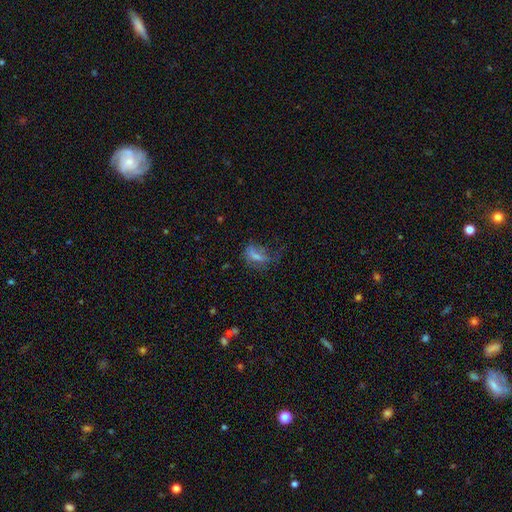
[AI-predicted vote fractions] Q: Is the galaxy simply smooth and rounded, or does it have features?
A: smooth — 57%.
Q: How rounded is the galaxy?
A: in between — 75%.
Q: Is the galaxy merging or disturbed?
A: major disturbance — 38%.